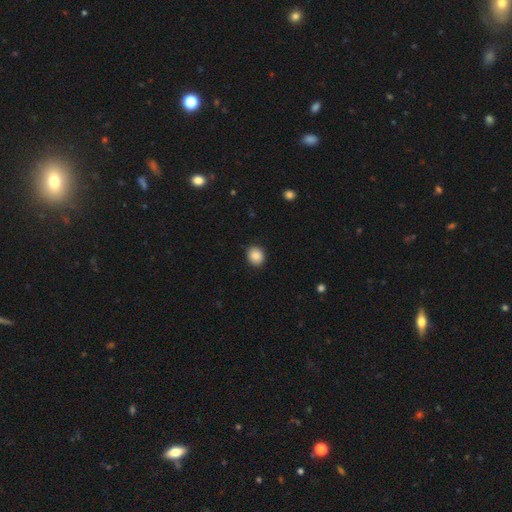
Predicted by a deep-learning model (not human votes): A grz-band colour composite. It shows a smooth galaxy with no disk features (85%) that is round (78%). Merging: none (89%).